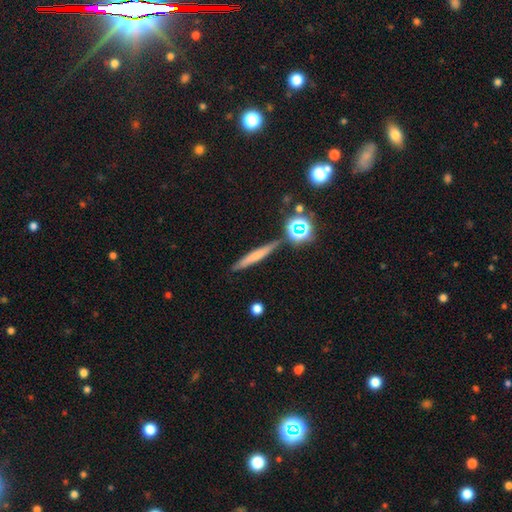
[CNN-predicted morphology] Smooth or featured? smooth (57%)
How rounded? cigar-shaped (91%)
Merging? none (85%)